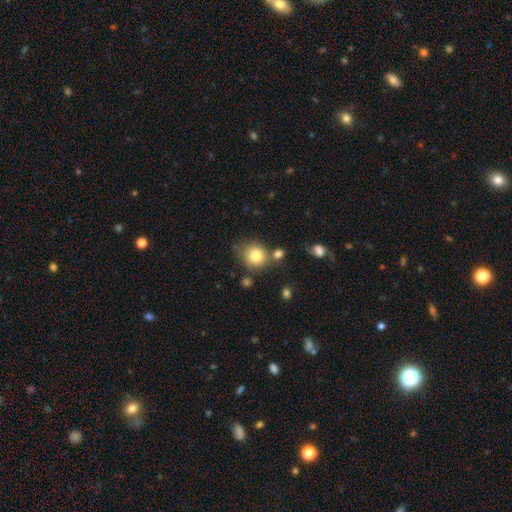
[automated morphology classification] smooth 80%, star or artifact 10%, featured or disk 10%. Down the decision tree: how rounded — round (84%); merging — none (63%).